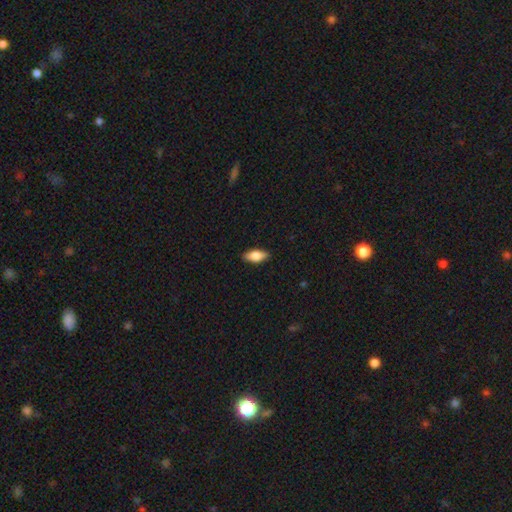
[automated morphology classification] Smooth or featured? smooth (77%)
How rounded? in between (86%)
Merging? none (89%)